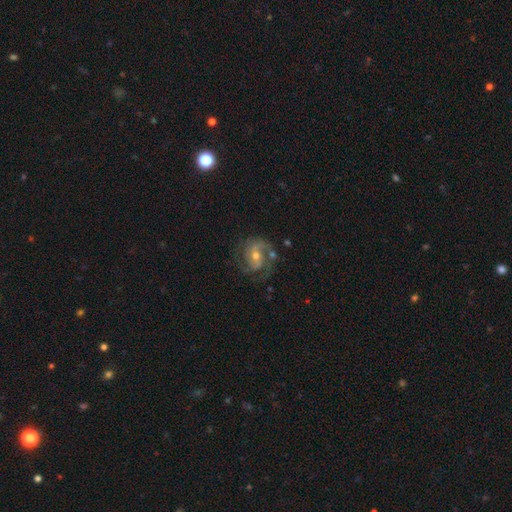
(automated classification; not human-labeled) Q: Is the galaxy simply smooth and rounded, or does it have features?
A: featured or disk — 87%.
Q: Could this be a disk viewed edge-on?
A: no — 98%.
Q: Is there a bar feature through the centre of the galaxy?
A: no — 44%.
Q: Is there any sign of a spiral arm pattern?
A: yes — 96%.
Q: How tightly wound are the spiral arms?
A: medium — 52%.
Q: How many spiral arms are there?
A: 2 — 67%.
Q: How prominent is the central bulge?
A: moderate — 57%.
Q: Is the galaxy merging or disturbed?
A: none — 64%.